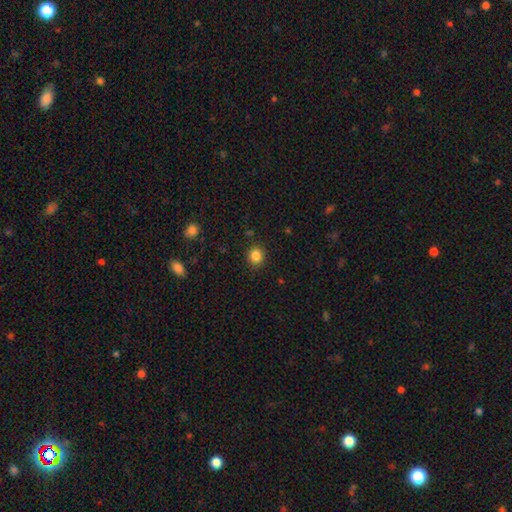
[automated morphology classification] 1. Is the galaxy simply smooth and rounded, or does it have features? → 84% smooth, 12% star or artifact, 4% featured or disk.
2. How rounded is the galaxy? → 84% round, 15% in between, 1% cigar-shaped.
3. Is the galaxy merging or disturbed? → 89% none, 7% minor disturbance, 2% major disturbance, 1% merger.